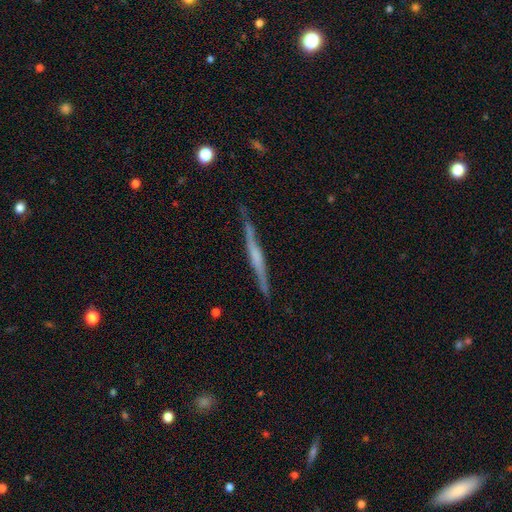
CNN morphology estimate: The model was most divided on "edge-on bulge": none: 44%, rounded: 33%, boxy: 23%. More confident: edge-on disk — yes (96%); merging — none (80%); smooth or featured — featured or disk (69%).